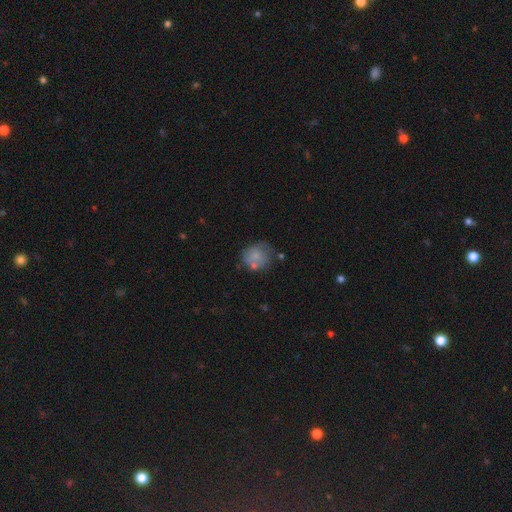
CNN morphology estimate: type=smooth (72%); roundness=round (80%); merging=none (53%).